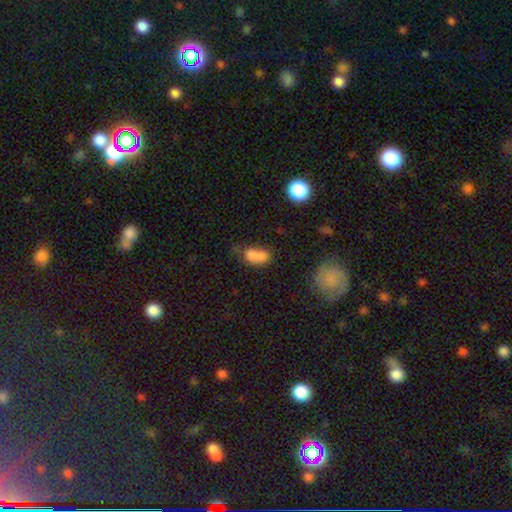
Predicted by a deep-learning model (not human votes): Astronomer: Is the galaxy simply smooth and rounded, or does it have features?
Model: smooth — 73%.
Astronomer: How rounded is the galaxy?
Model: in between — 81%.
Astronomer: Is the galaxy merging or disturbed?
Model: merger — 40% (runner-up: none, 28%).